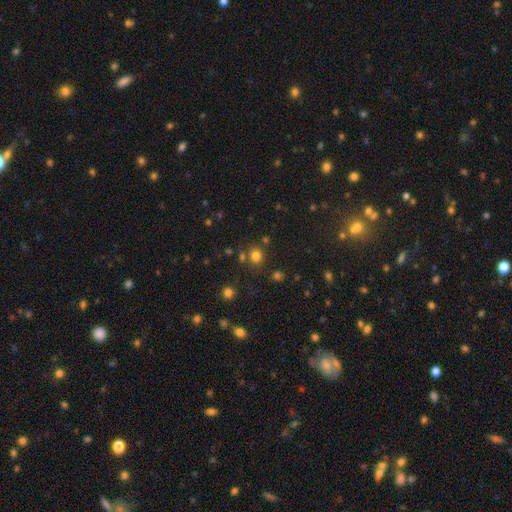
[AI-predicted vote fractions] smooth-or-featured: smooth: 77% | star or artifact: 18% | featured or disk: 6%
  how-rounded: round: 74% | in between: 25% | cigar-shaped: 1%
  merging: none: 77% | minor disturbance: 10% | merger: 9% | major disturbance: 4%